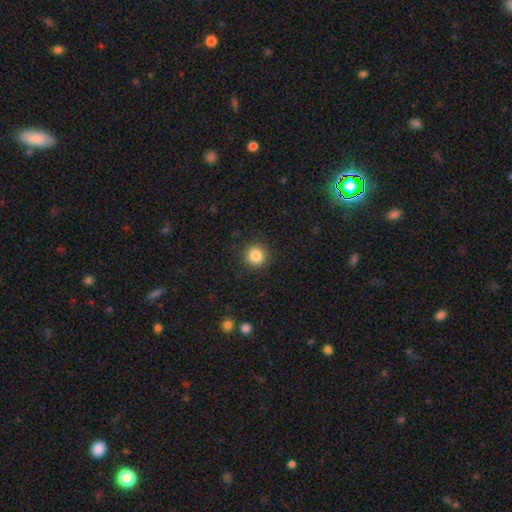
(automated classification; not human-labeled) Overall: smooth (84%). How rounded: round (94%). Merging: none (91%).